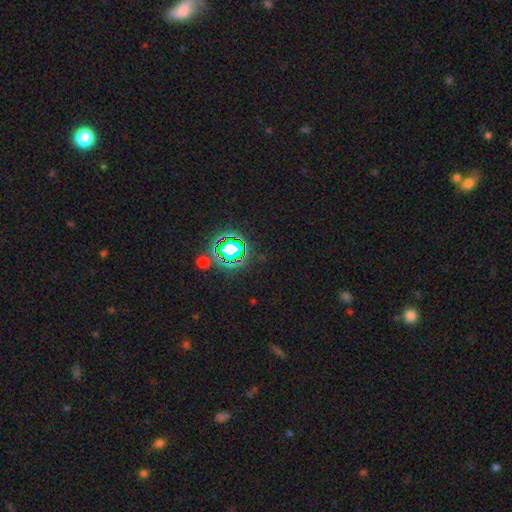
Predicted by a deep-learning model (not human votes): Q: Smooth or featured?
A: star or artifact (76%); runner-up: smooth (17%)